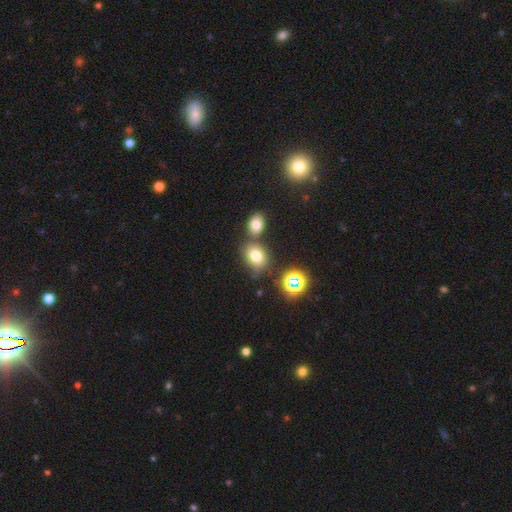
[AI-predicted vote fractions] Smooth or featured? Predicted: smooth (p=0.73). How rounded? Predicted: in between (p=0.58). Merging? Predicted: none (p=0.58).